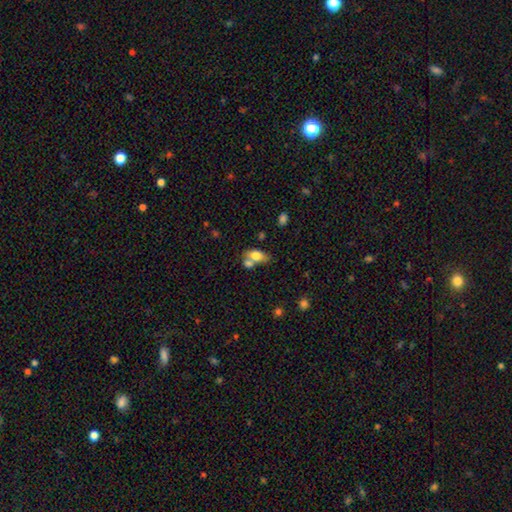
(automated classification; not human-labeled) Morphology: type=smooth (74%); roundness=in between (86%); merging=merger (45%).